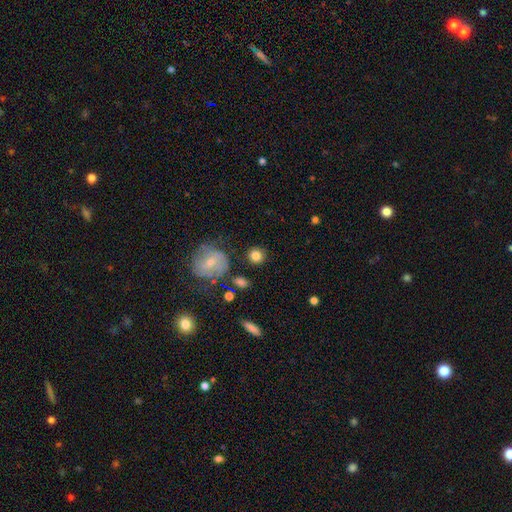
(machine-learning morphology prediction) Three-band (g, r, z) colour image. It shows a smooth galaxy with no disk features (81%) that is round (89%). Merging: none (83%).